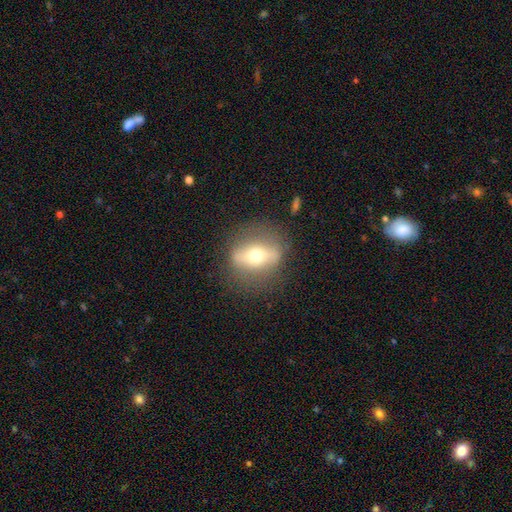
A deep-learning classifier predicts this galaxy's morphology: This is possibly a featured or disk galaxy (53%). It is likely not viewed edge-on (63%). Merging: likely none (78%).